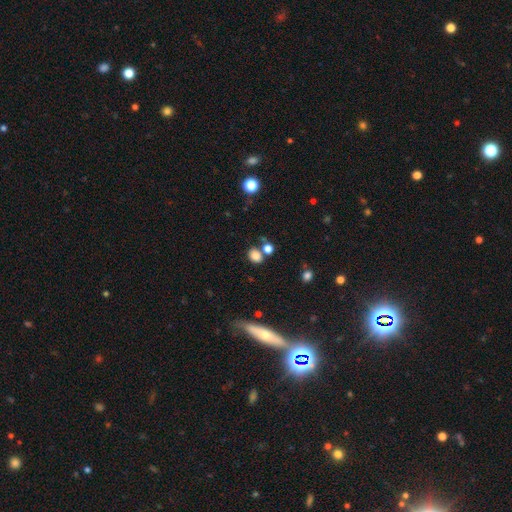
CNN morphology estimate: This is clearly a smooth galaxy (81%). How rounded: possibly round (51%). Merging: likely none (61%).